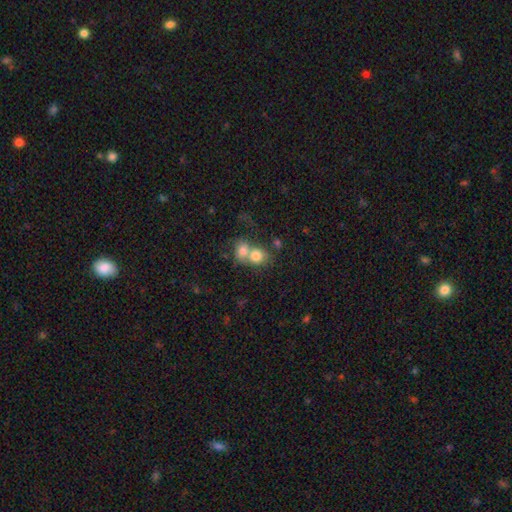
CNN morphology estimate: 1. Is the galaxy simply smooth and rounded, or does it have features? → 76% smooth, 14% featured or disk, 10% star or artifact.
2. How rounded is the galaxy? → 67% round, 32% in between, 1% cigar-shaped.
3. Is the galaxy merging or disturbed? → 68% merger, 22% none, 6% minor disturbance, 4% major disturbance.